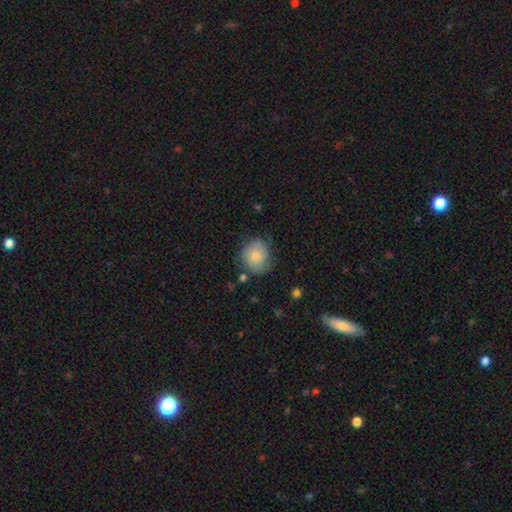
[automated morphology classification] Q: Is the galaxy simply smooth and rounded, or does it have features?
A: smooth — 80%.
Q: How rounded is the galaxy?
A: round — 77%.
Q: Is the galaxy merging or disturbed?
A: none — 67%.